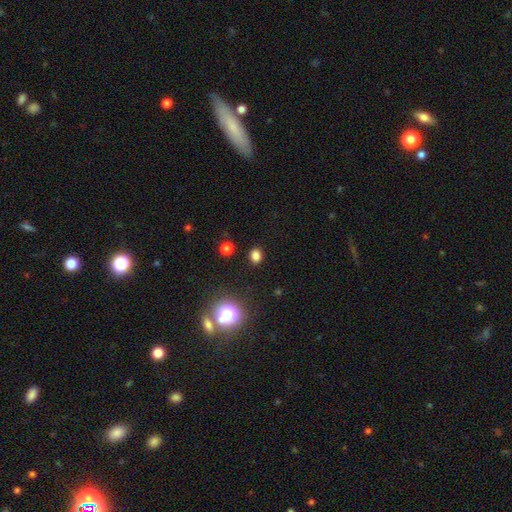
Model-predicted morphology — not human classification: smooth 78%, star or artifact 18%, featured or disk 4%. Down the decision tree: how rounded — round (59%); merging — none (88%).